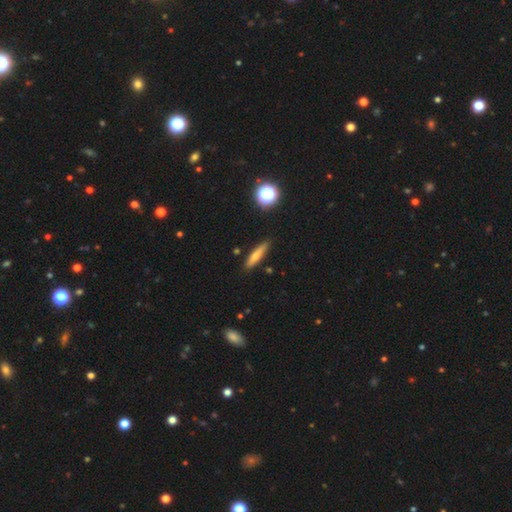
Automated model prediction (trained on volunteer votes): This appears to be a smooth galaxy with no disk features (67%) that is cigar-shaped (82%). Merging: none (85%).